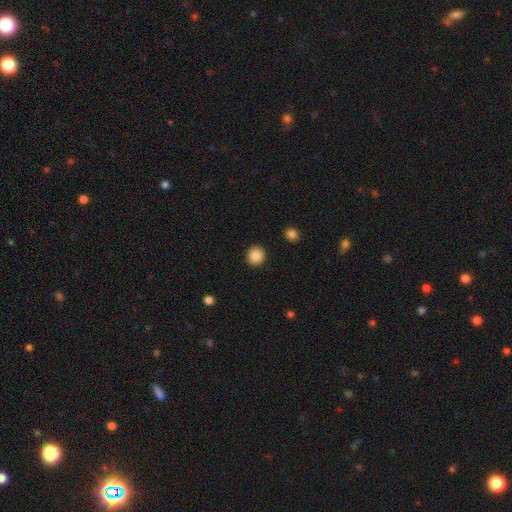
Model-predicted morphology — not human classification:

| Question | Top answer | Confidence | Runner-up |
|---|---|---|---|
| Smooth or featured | smooth | 88% | star or artifact (9%) |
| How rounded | round | 93% | in between (6%) |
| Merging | none | 92% | minor disturbance (5%) |